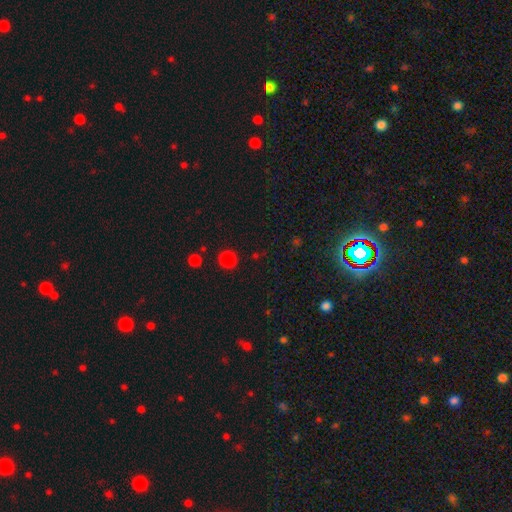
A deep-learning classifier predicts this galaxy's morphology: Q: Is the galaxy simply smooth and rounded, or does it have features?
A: smooth — 77%.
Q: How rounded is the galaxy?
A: round — 82%.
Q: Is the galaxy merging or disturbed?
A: none — 89%.